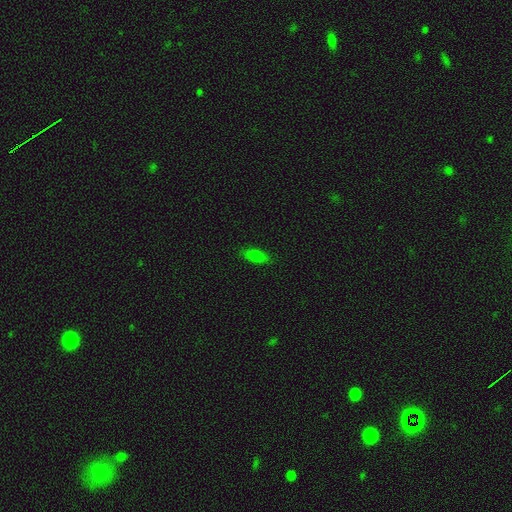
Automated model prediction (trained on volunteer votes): A smooth galaxy with no disk features (78%) that is in between round and cigar-shaped (78%).

Vote fractions:
- Smooth or featured? smooth: 78% / featured or disk: 11% / star or artifact: 11%
- How rounded? in between: 78% / cigar-shaped: 18% / round: 4%
- Merging? none: 86% / minor disturbance: 11% / major disturbance: 2% / merger: 1%